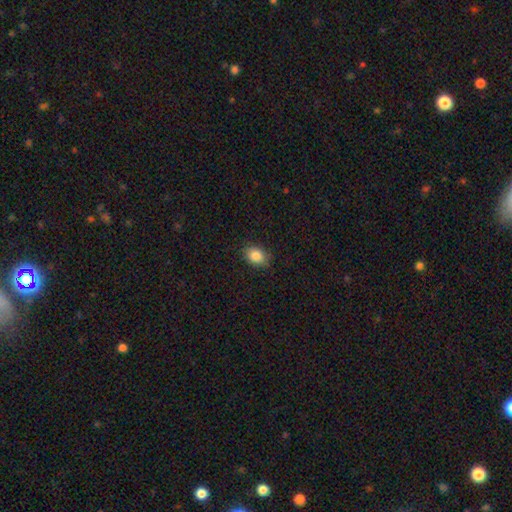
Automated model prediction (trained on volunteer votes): smooth_or_featured: smooth (p=0.86) [alt: star or artifact p=0.09]
how_rounded: in between (p=0.68) [alt: round p=0.30]
merging: none (p=0.86) [alt: minor disturbance p=0.10]